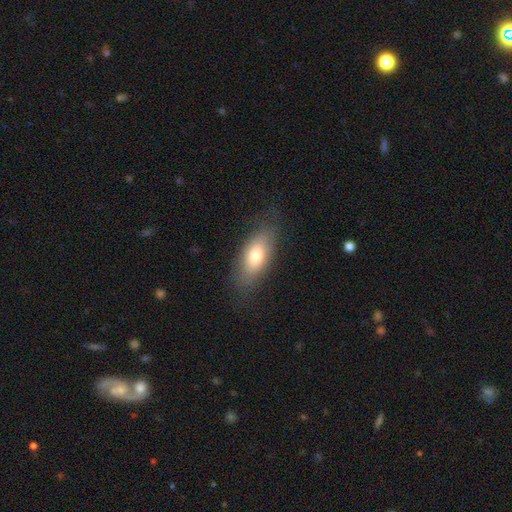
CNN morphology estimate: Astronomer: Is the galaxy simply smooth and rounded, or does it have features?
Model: smooth — 74%.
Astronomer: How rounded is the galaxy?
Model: in between — 85%.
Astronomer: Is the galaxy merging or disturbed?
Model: none — 78%.